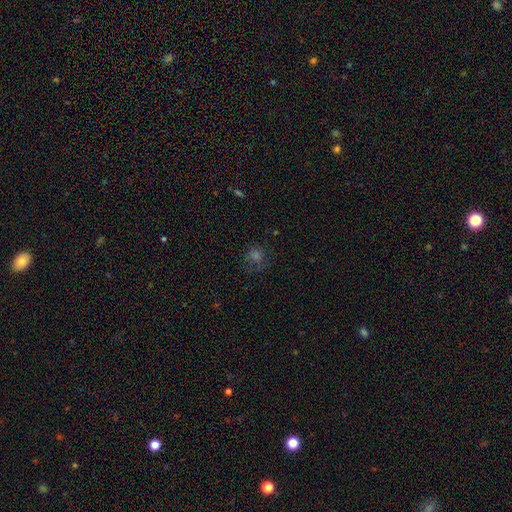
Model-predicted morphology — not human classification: This appears to be a smooth galaxy with no disk features (51%) that is round (86%). Merging: none (72%).